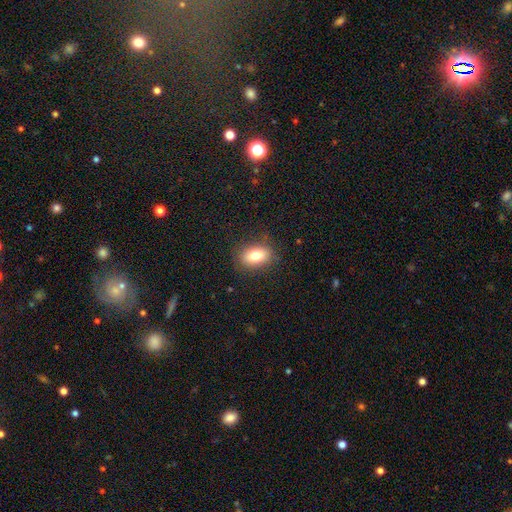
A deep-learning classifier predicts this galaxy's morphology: A smooth galaxy with no disk features (80%) that is in between round and cigar-shaped (83%). Merging: none (85%).